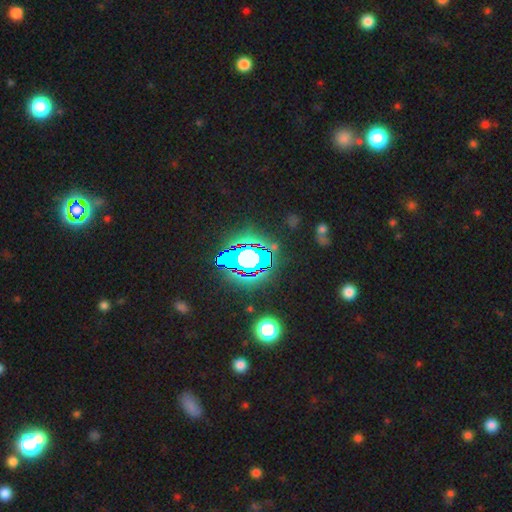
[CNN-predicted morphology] smooth_or_featured: star or artifact (p=0.78) [alt: smooth p=0.13]